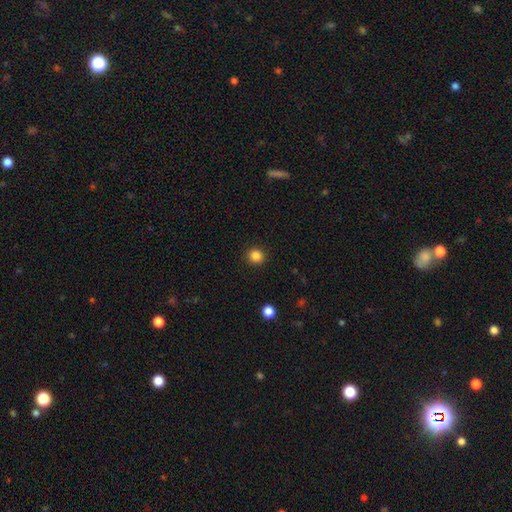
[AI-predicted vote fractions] Smooth or featured?
  - smooth: 85% *
  - star or artifact: 11%
  - featured or disk: 3%
How rounded?
  - round: 90% *
  - in between: 9%
  - cigar-shaped: 1%
Merging?
  - none: 92% *
  - minor disturbance: 5%
  - major disturbance: 2%
  - merger: 1%